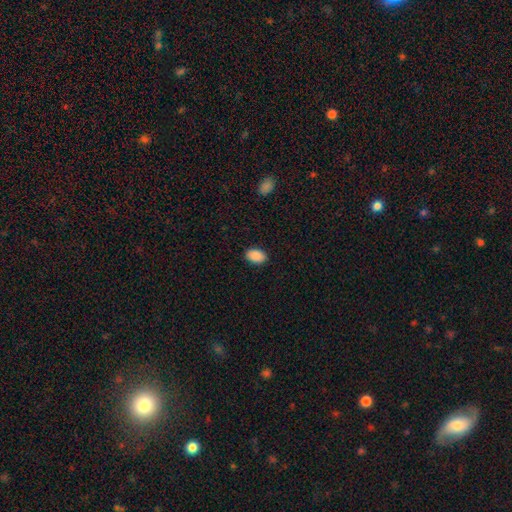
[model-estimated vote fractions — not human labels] smooth 90%, star or artifact 7%, featured or disk 3%. Down the decision tree: how rounded — in between (89%); merging — none (89%).